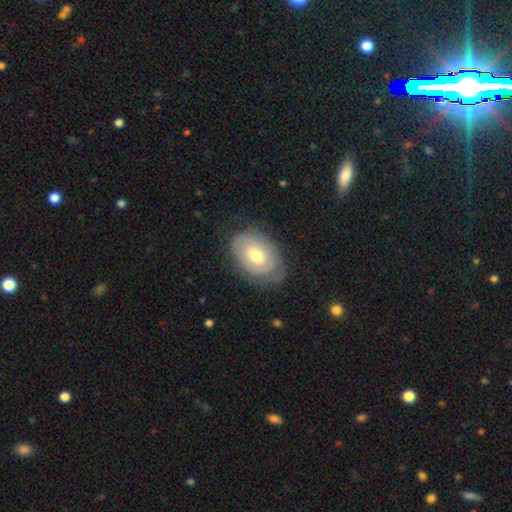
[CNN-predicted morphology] This is possibly a smooth galaxy (56%). How rounded: clearly in between (83%). Merging: likely none (70%).